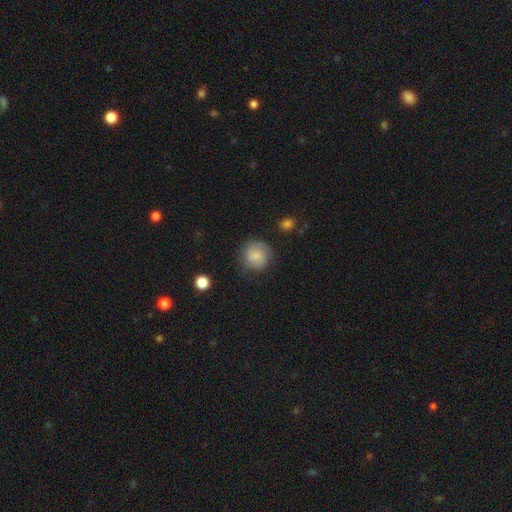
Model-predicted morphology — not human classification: This is likely a smooth galaxy (71%). How rounded: clearly round (91%). Merging: likely none (73%).